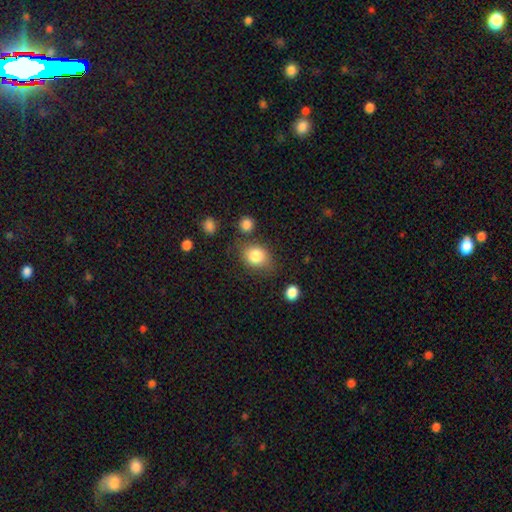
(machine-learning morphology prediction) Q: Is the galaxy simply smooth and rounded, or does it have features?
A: smooth — 83%.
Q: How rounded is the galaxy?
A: round — 51%.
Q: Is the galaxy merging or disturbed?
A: none — 68%.